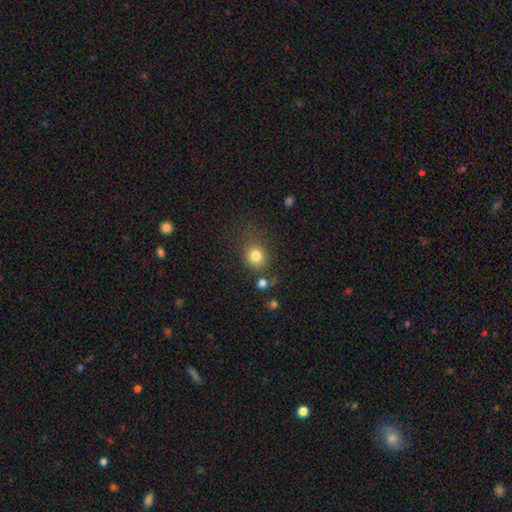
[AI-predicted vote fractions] Smooth or featured? smooth (80%)
How rounded? round (76%)
Merging? none (66%)